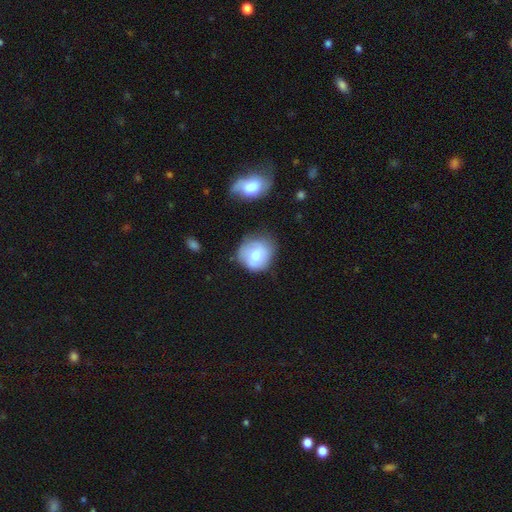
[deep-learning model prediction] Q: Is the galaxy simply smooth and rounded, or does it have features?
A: smooth — 67%.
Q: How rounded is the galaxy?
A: round — 75%.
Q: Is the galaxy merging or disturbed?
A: none — 60%.